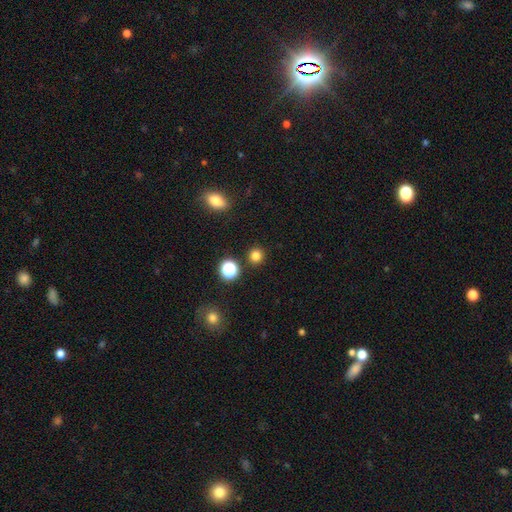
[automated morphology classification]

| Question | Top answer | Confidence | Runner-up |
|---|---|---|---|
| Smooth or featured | smooth | 80% | star or artifact (16%) |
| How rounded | round | 91% | in between (8%) |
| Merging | none | 89% | minor disturbance (6%) |